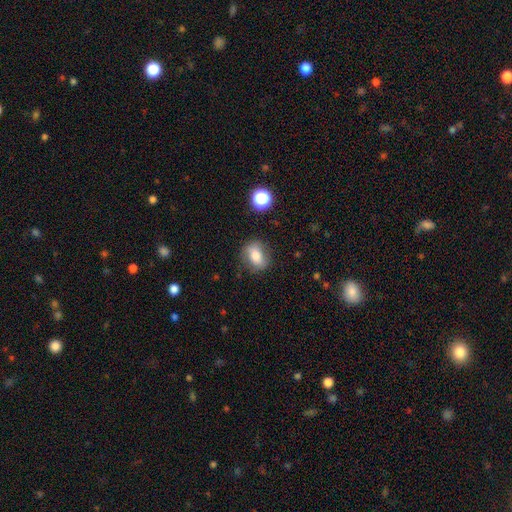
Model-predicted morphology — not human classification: This appears to be a smooth galaxy with no disk features (73%) that is in between round and cigar-shaped (60%). Merging: none (79%).